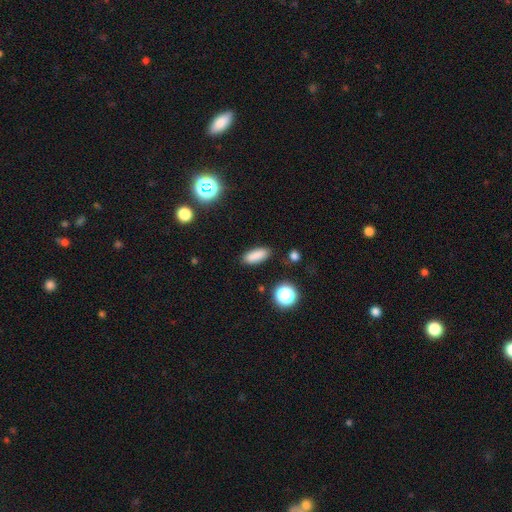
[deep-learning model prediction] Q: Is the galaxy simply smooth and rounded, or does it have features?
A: smooth — 85%.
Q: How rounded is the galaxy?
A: in between — 72%.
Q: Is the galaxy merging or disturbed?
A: none — 87%.